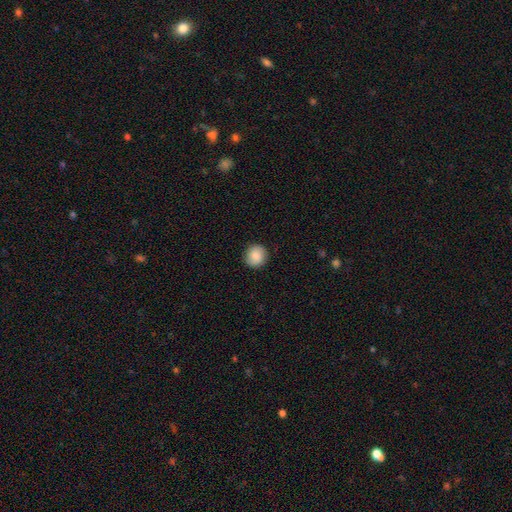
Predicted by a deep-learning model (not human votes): Q: Smooth or featured?
A: smooth (87%); runner-up: star or artifact (8%)
Q: How rounded?
A: round (90%); runner-up: in between (9%)
Q: Merging?
A: none (91%); runner-up: minor disturbance (6%)